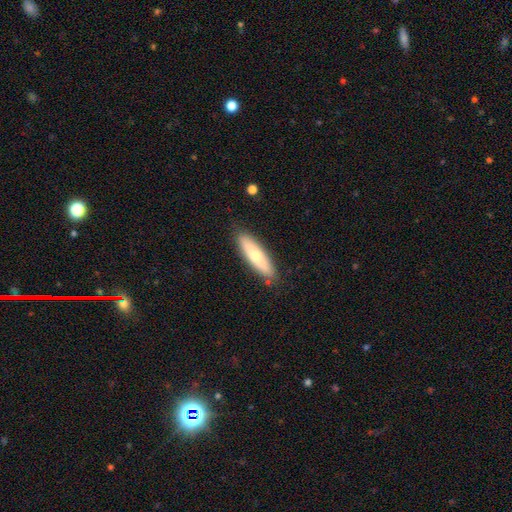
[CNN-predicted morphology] The model was most divided on "how rounded": cigar-shaped: 63%, in between: 35%, round: 2%. More confident: merging — none (86%); smooth or featured — smooth (63%).